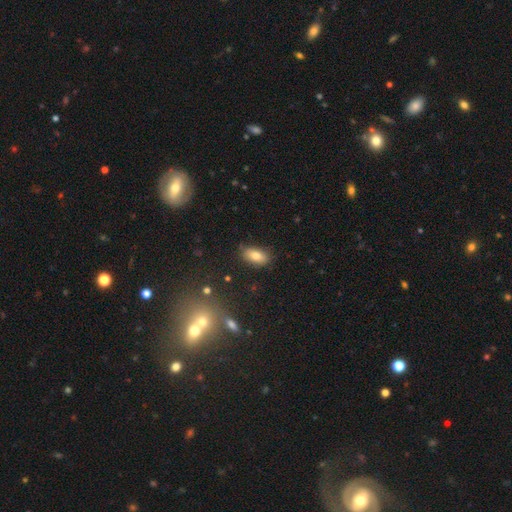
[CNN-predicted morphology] This is likely a smooth galaxy (80%). How rounded: clearly in between (90%). Merging: clearly none (82%).